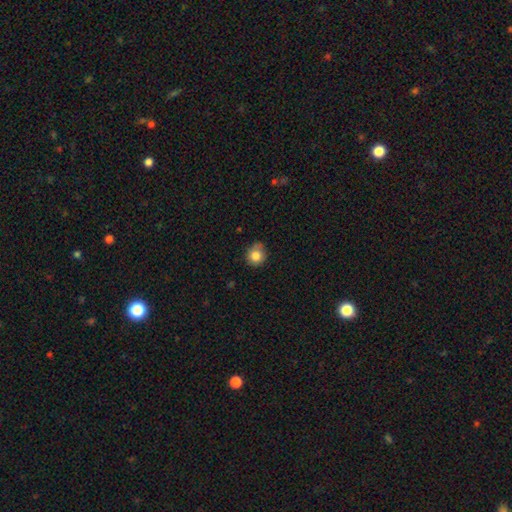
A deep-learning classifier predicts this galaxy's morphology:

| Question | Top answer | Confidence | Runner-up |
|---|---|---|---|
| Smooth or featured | smooth | 82% | star or artifact (10%) |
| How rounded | round | 82% | in between (17%) |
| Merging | none | 69% | minor disturbance (25%) |